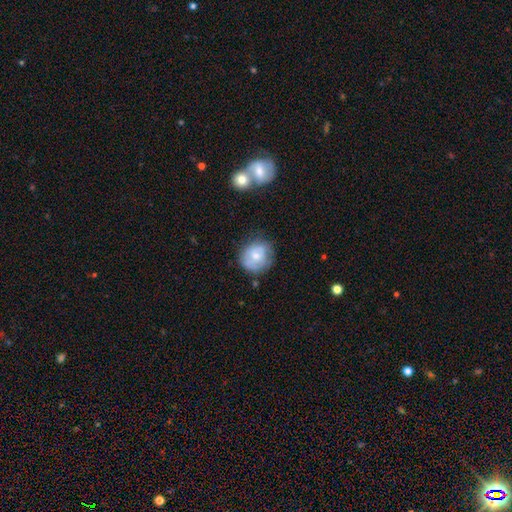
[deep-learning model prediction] A smooth galaxy with no disk features (62%) that is round (83%).

Vote fractions:
- Smooth or featured? smooth: 62% / featured or disk: 31% / star or artifact: 7%
- How rounded? round: 83% / in between: 16% / cigar-shaped: 1%
- Merging? none: 65% / minor disturbance: 25% / major disturbance: 8% / merger: 3%